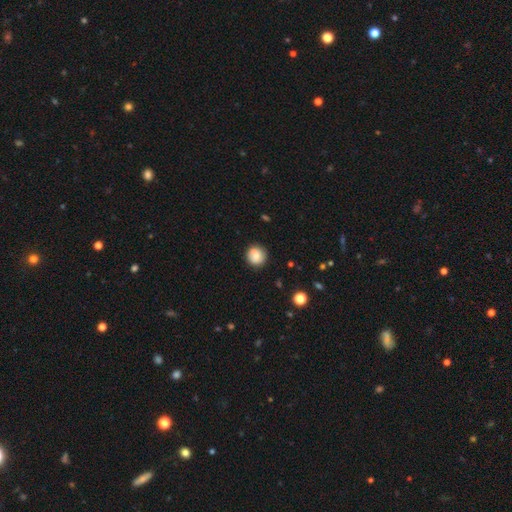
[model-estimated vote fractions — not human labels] Smooth or featured? smooth (75%)
How rounded? round (91%)
Merging? none (75%)